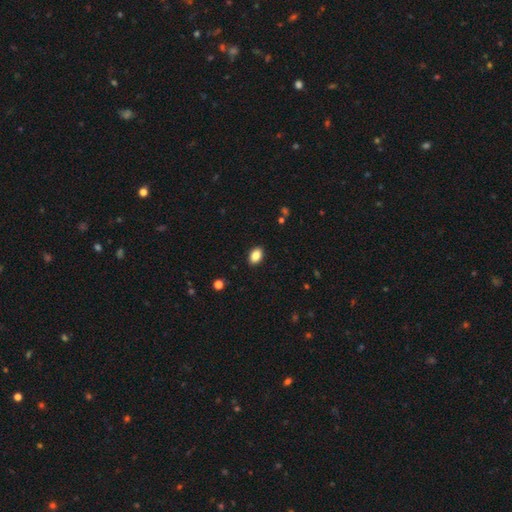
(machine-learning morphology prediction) Smooth or featured? smooth (87%)
How rounded? in between (86%)
Merging? none (89%)